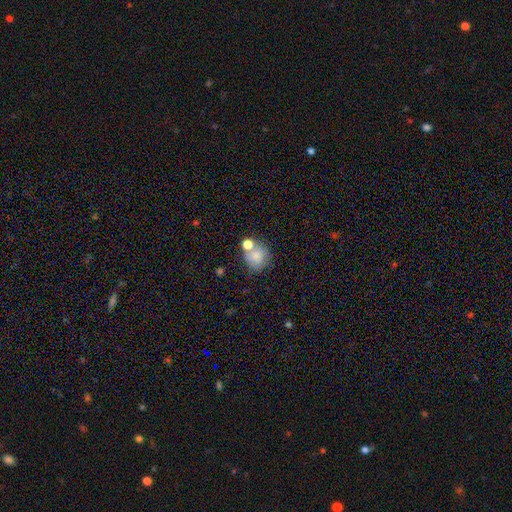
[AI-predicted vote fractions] Morphology: type=smooth (78%); roundness=round (78%); merging=none (49%).